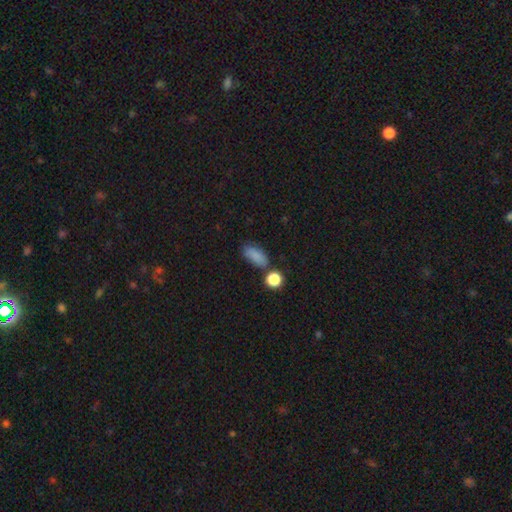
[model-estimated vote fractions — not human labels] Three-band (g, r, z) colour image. It shows a smooth galaxy with no disk features (83%) that is in between round and cigar-shaped (80%). Merging: none (68%).